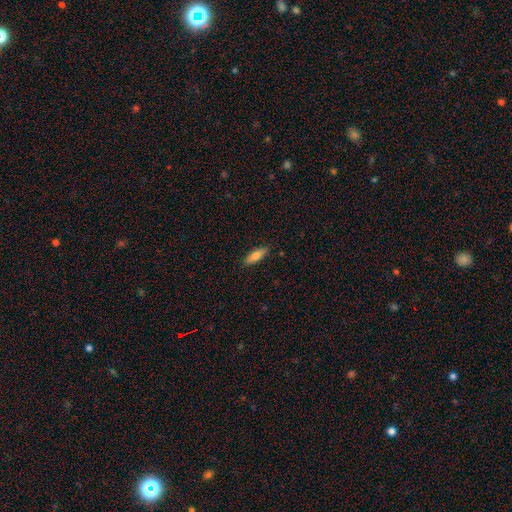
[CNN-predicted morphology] Q: Smooth or featured?
A: smooth (75%); runner-up: featured or disk (19%)
Q: How rounded?
A: in between (51%); runner-up: cigar-shaped (47%)
Q: Merging?
A: none (87%); runner-up: minor disturbance (10%)